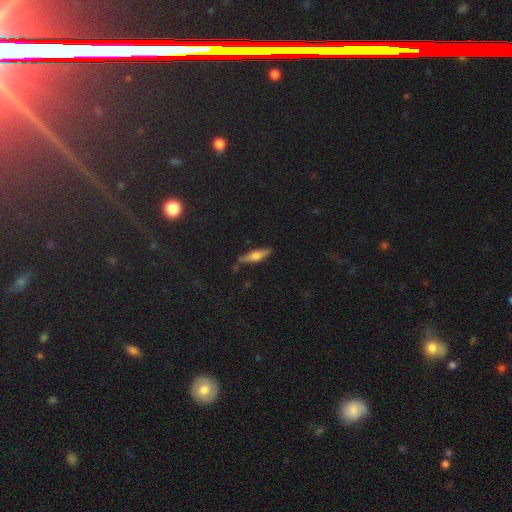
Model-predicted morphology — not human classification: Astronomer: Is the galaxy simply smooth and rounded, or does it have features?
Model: featured or disk — 52% (runner-up: smooth, 38%).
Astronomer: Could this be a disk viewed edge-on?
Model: yes — 93%.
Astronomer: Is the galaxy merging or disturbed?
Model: none — 80%.